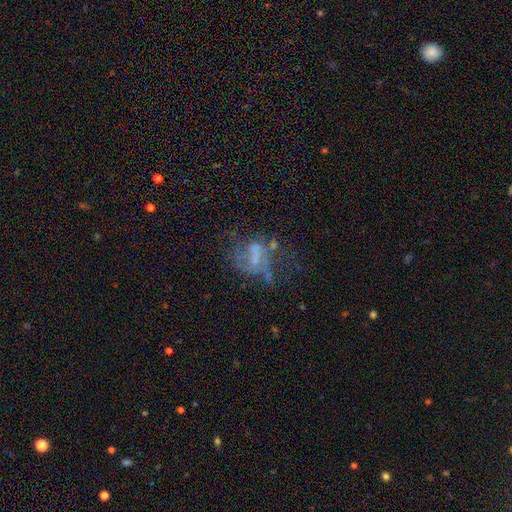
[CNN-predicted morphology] The model was most divided on "merging": major disturbance: 41%, none: 32%, minor disturbance: 17%, merger: 10%. More confident: edge-on disk — no (97%); spiral arms — no (66%); smooth or featured — featured or disk (60%); bar — no (59%); bulge size — none (54%).